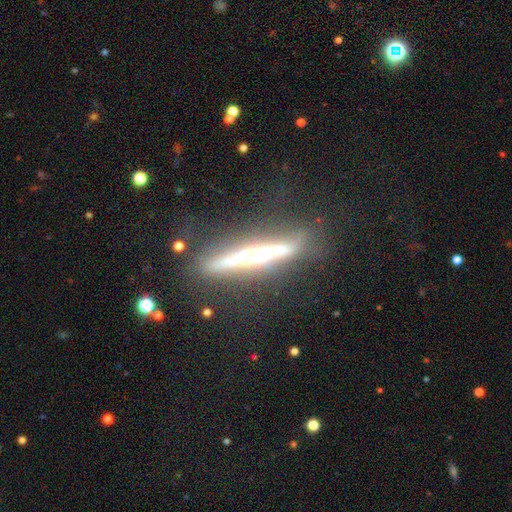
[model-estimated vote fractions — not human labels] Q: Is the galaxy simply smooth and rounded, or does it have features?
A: featured or disk — 79%.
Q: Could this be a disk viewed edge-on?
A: yes — 95%.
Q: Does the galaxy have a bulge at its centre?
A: rounded — 79%.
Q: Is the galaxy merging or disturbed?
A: none — 78%.